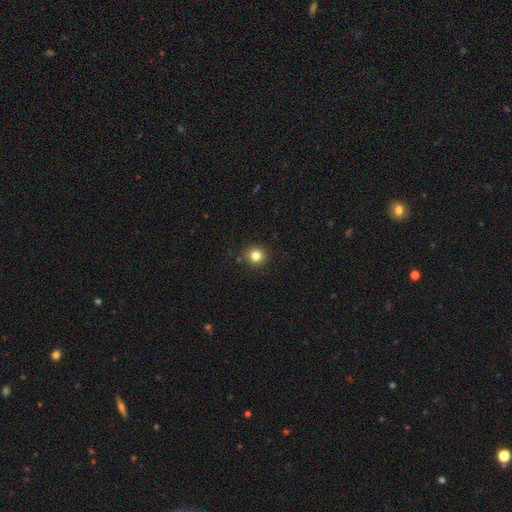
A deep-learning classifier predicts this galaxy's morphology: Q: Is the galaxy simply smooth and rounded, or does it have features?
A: smooth — 82%.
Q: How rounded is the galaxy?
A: round — 93%.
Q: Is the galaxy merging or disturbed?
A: none — 89%.